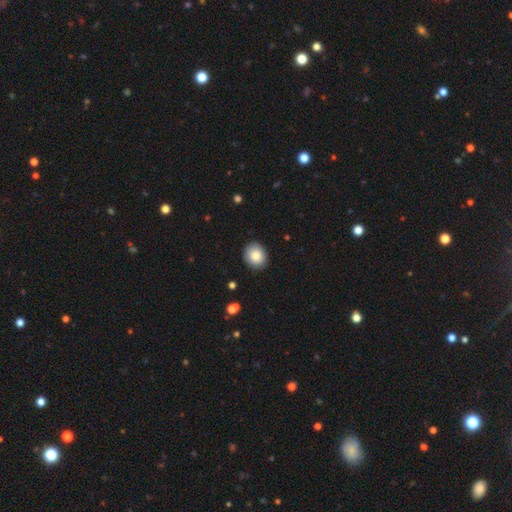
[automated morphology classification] smooth_or_featured: smooth (p=0.84) [alt: star or artifact p=0.08]
how_rounded: round (p=0.63) [alt: in between p=0.36]
merging: none (p=0.89) [alt: minor disturbance p=0.08]